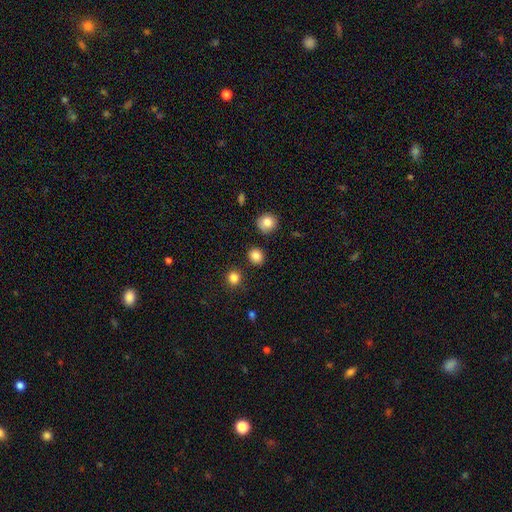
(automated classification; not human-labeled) A smooth galaxy with no disk features (85%) that is round (72%).

Vote fractions:
- Smooth or featured? smooth: 85% / star or artifact: 11% / featured or disk: 4%
- How rounded? round: 72% / in between: 27% / cigar-shaped: 1%
- Merging? none: 88% / minor disturbance: 7% / merger: 3% / major disturbance: 2%